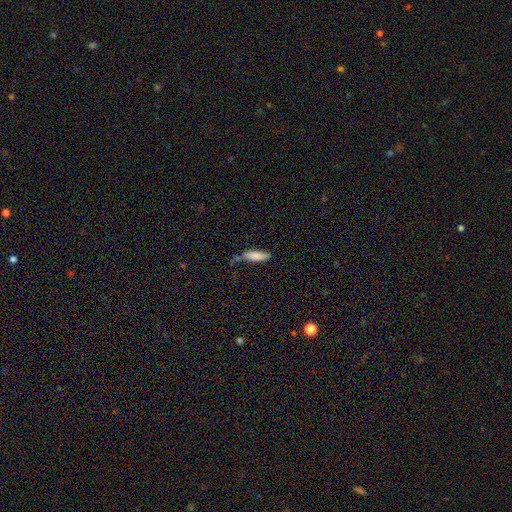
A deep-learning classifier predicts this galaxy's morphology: smooth_or_featured: smooth (p=0.85) [alt: featured or disk p=0.08]
how_rounded: in between (p=0.49) [tied with: cigar-shaped p=0.49]
merging: none (p=0.59) [alt: minor disturbance p=0.24]